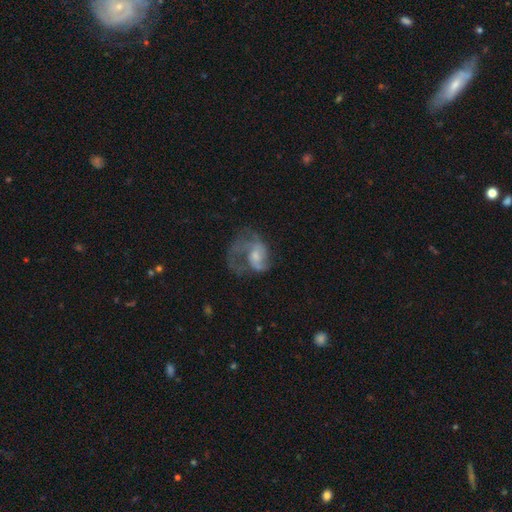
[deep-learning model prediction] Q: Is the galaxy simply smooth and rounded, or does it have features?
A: featured or disk — 69%.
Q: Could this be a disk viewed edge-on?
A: no — 97%.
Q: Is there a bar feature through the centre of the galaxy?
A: no — 59%.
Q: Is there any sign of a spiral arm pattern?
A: yes — 78%.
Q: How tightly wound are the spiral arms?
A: medium — 44%.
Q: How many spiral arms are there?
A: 2 — 40%.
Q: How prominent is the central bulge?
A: small — 47%.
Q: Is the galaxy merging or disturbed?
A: major disturbance — 44%.